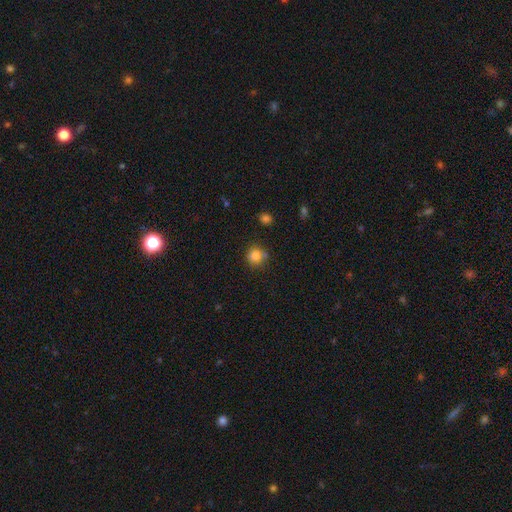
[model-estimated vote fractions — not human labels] smooth-or-featured: smooth: 82% | star or artifact: 12% | featured or disk: 7%
  how-rounded: round: 90% | in between: 9% | cigar-shaped: 1%
  merging: none: 73% | minor disturbance: 14% | merger: 9% | major disturbance: 3%